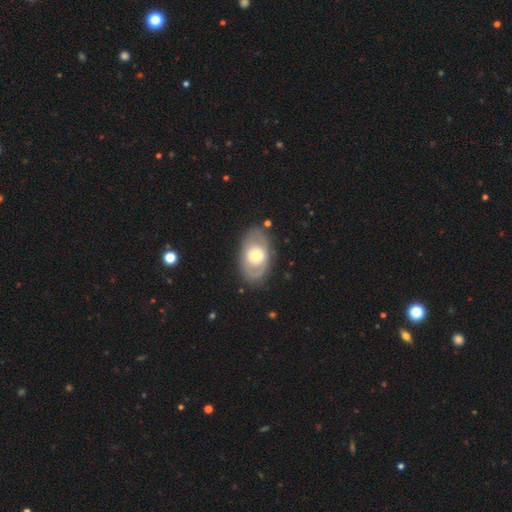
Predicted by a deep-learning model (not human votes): This appears to be a featured or disk galaxy (55%) with no bar (75%), no spiral arms (69%) and a moderate central bulge (59%). Merging: none (79%).